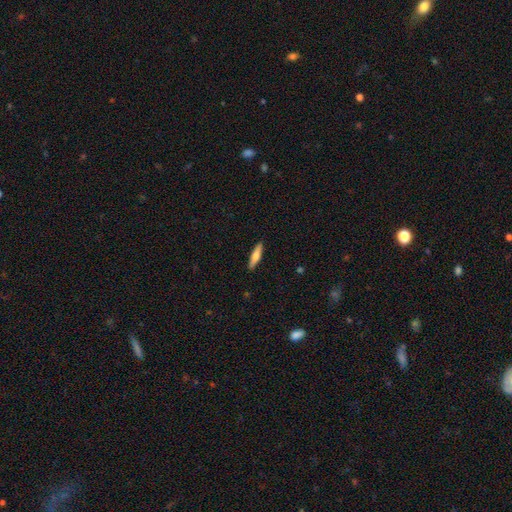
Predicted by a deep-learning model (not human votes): This is likely a smooth galaxy (65%). How rounded: likely cigar-shaped (75%). Merging: clearly none (90%).